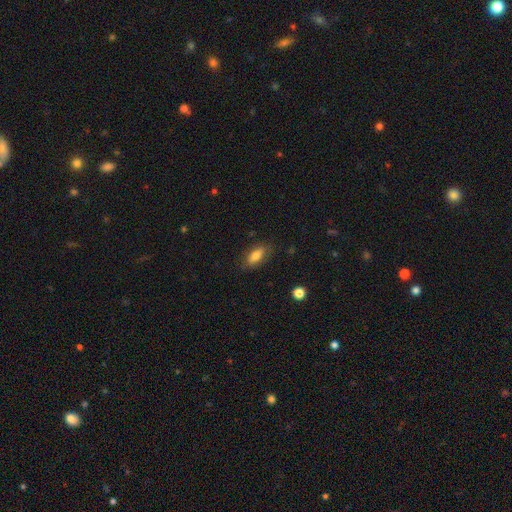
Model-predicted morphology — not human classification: type=smooth (77%); roundness=in between (81%); merging=none (79%).